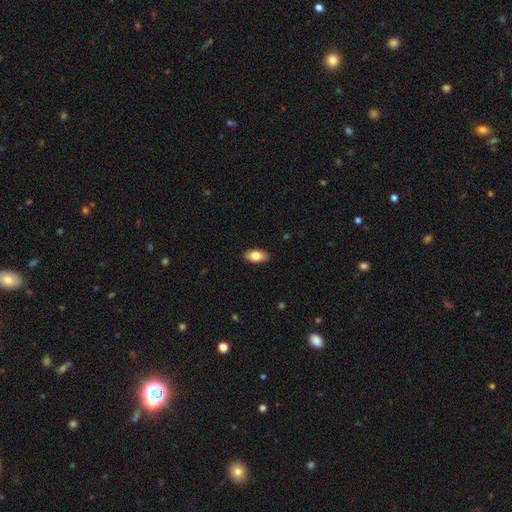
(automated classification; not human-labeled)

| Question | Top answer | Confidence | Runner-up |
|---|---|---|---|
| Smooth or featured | smooth | 79% | featured or disk (14%) |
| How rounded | in between | 91% | cigar-shaped (5%) |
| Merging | none | 89% | minor disturbance (8%) |